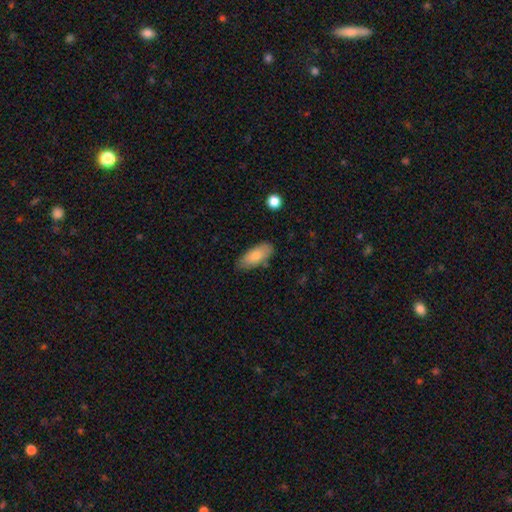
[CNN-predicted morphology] Smooth or featured? Predicted: smooth (p=0.81). How rounded? Predicted: in between (p=0.85). Merging? Predicted: none (p=0.79).